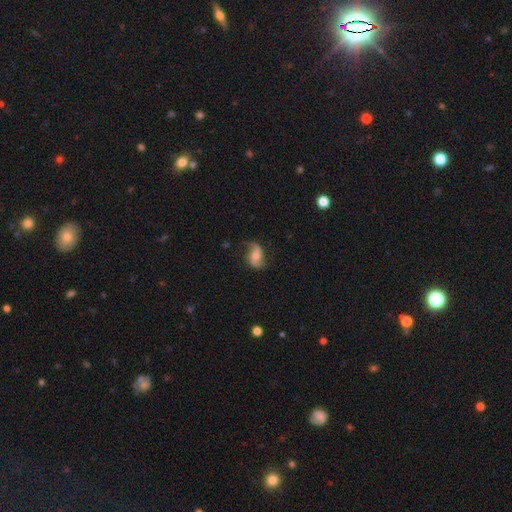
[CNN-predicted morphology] Smooth or featured: featured or disk — 71% (smooth — 21%)
Edge-on disk: no — 96% (yes — 4%)
Bar: no — 52% (weak — 34%)
Spiral arms: yes — 93% (no — 7%)
Spiral winding: loose — 74% (medium — 20%)
Spiral arm count: 2 — 89% (1 — 4%)
Bulge size: moderate — 59% (small — 30%)
Merging: none — 69% (minor disturbance — 20%)